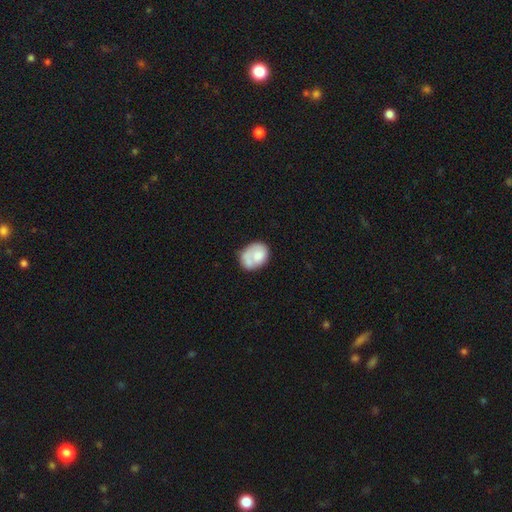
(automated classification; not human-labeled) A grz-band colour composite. It shows a smooth galaxy with no disk features (66%) that is in between round and cigar-shaped (60%). Merging: none (46%).